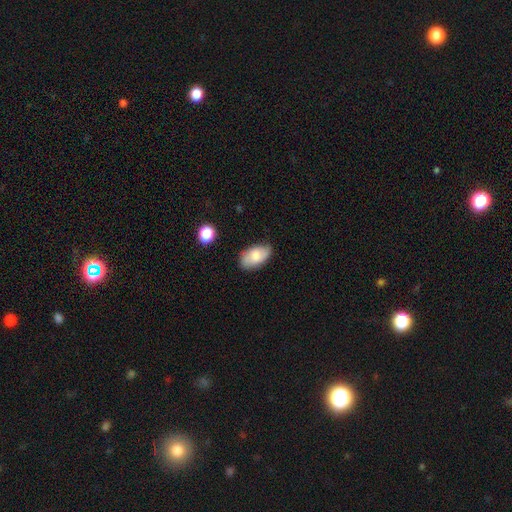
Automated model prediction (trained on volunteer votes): Smooth or featured?
  - smooth: 75% *
  - featured or disk: 17%
  - star or artifact: 7%
How rounded?
  - in between: 94% *
  - round: 5%
  - cigar-shaped: 2%
Merging?
  - none: 77% *
  - minor disturbance: 18%
  - major disturbance: 3%
  - merger: 2%